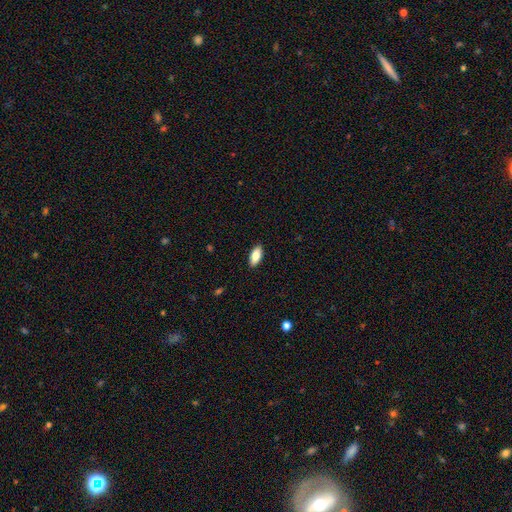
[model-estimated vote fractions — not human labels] Q: Smooth or featured?
A: smooth (81%); runner-up: featured or disk (13%)
Q: How rounded?
A: in between (86%); runner-up: cigar-shaped (12%)
Q: Merging?
A: none (90%); runner-up: minor disturbance (8%)